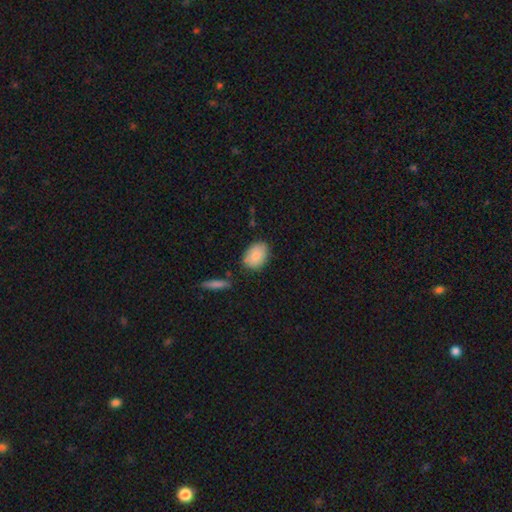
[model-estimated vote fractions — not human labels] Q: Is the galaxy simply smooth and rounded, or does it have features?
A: smooth — 86%.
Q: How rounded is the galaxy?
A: in between — 80%.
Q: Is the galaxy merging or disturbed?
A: none — 76%.